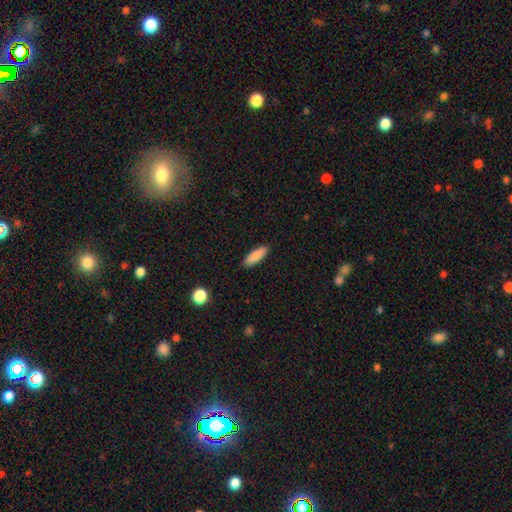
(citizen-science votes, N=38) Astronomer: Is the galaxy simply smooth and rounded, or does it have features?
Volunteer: smooth — 97%.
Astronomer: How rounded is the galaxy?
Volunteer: in between — 51% (runner-up: cigar-shaped, 46%).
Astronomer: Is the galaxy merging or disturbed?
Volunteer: none — 95%.